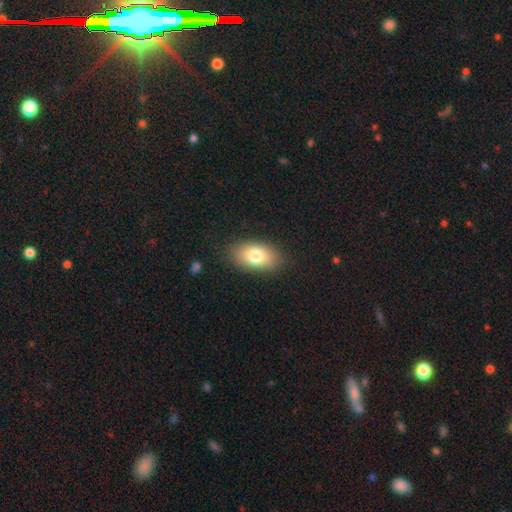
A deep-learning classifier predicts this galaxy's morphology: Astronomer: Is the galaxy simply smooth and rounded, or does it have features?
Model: smooth — 79%.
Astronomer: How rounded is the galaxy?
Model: in between — 90%.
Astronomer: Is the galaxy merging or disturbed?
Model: none — 85%.